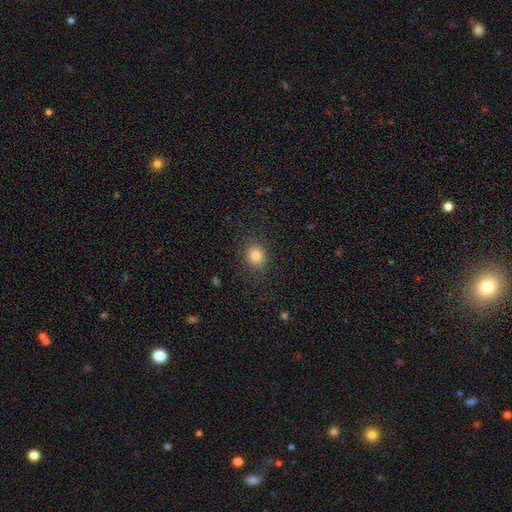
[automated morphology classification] Smooth or featured? smooth (83%)
How rounded? round (75%)
Merging? none (86%)